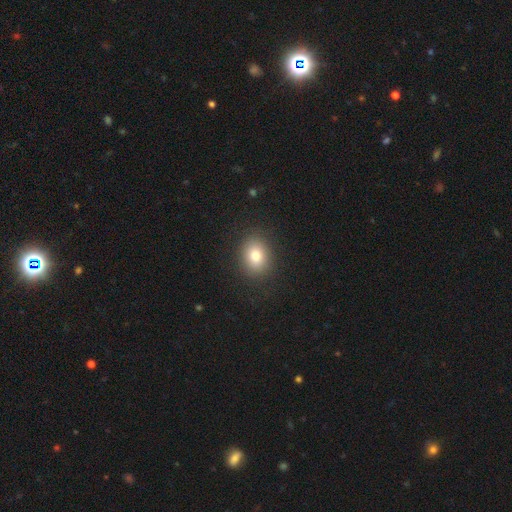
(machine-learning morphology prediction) smooth-or-featured: smooth: 79% | star or artifact: 11% | featured or disk: 9%
  how-rounded: round: 51% | in between: 48% | cigar-shaped: 1%
  merging: none: 88% | minor disturbance: 8% | major disturbance: 3% | merger: 1%